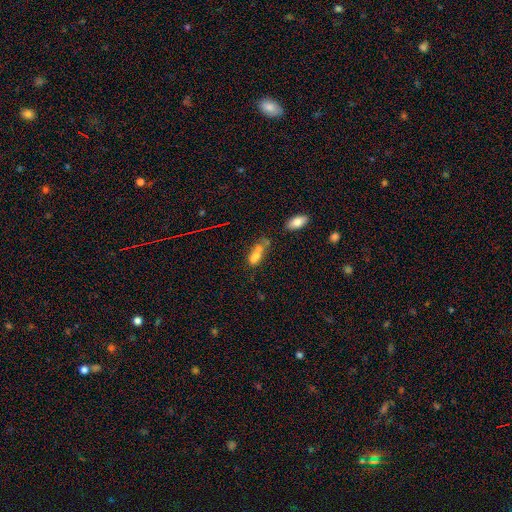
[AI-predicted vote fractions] A smooth galaxy with no disk features (66%) that is in between round and cigar-shaped (66%). Merging: merger (32%).